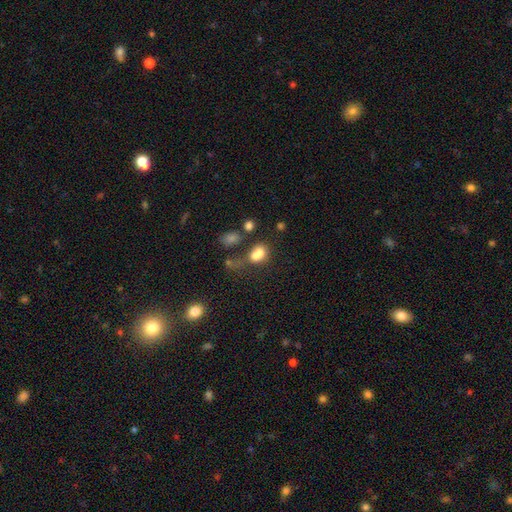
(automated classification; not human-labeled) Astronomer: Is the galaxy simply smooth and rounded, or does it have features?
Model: smooth — 75%.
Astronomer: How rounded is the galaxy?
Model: in between — 66%.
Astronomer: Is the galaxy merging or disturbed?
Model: merger — 45% (runner-up: none, 27%).